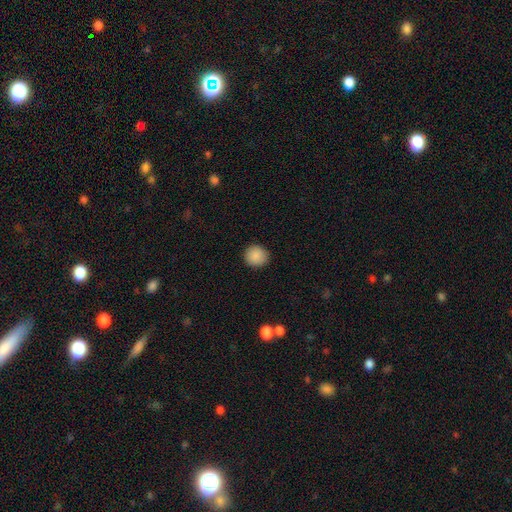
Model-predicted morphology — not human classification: Q: Smooth or featured?
A: smooth (89%); runner-up: star or artifact (8%)
Q: How rounded?
A: round (92%); runner-up: in between (7%)
Q: Merging?
A: none (91%); runner-up: minor disturbance (6%)